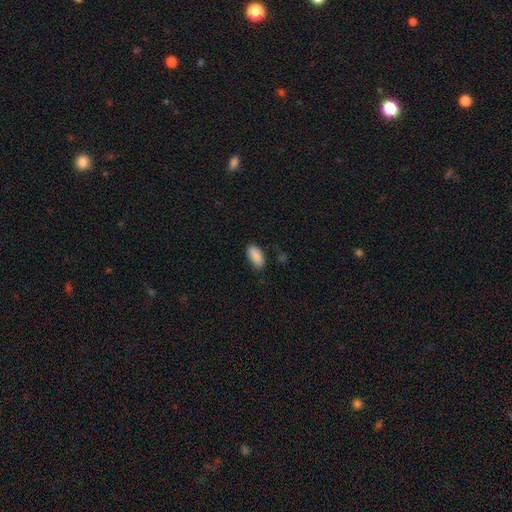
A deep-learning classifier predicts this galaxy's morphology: smooth 89%, star or artifact 7%, featured or disk 4%. Down the decision tree: how rounded — in between (92%); merging — none (78%).